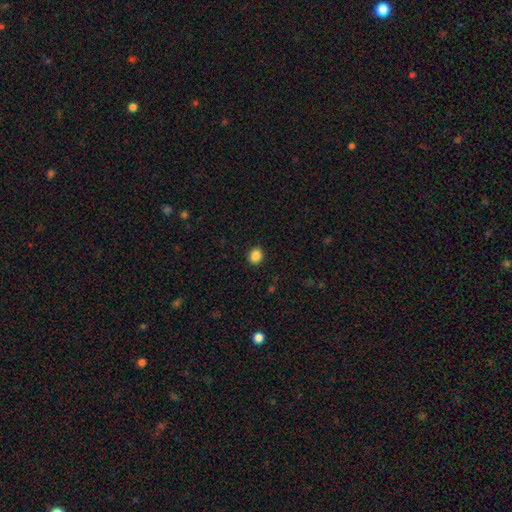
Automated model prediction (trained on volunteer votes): Smooth or featured?
  - smooth: 87% *
  - star or artifact: 10%
  - featured or disk: 3%
How rounded?
  - round: 60% *
  - in between: 39%
  - cigar-shaped: 1%
Merging?
  - none: 90% *
  - minor disturbance: 7%
  - major disturbance: 2%
  - merger: 1%